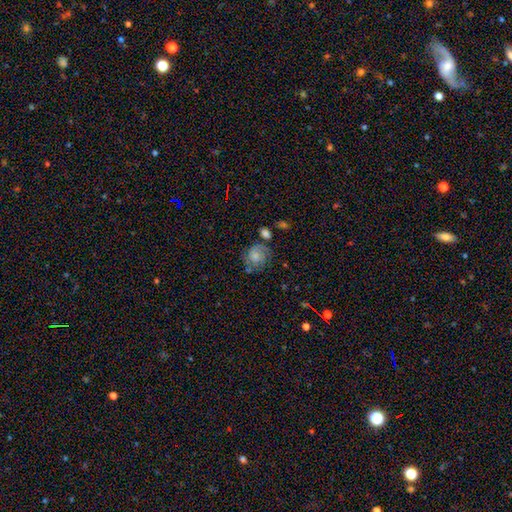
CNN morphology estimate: A smooth galaxy with no disk features (52%) that is round (78%).

Vote fractions:
- Smooth or featured? smooth: 52% / featured or disk: 38% / star or artifact: 9%
- How rounded? round: 78% / in between: 21% / cigar-shaped: 1%
- Merging? none: 57% / minor disturbance: 23% / major disturbance: 11% / merger: 9%